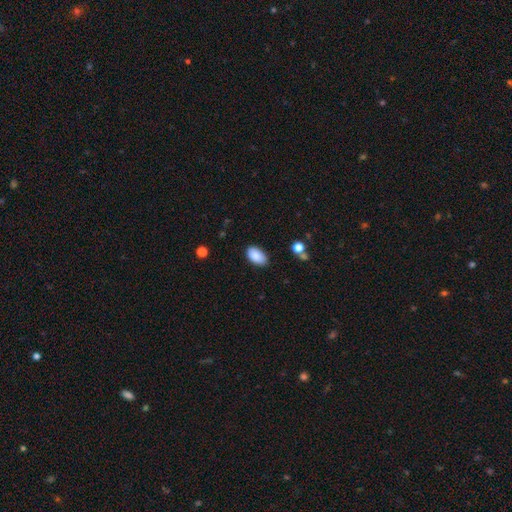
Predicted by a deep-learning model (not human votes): smooth_or_featured: smooth (p=0.88) [alt: star or artifact p=0.07]
how_rounded: in between (p=0.94) [alt: round p=0.05]
merging: none (p=0.83) [alt: minor disturbance p=0.13]